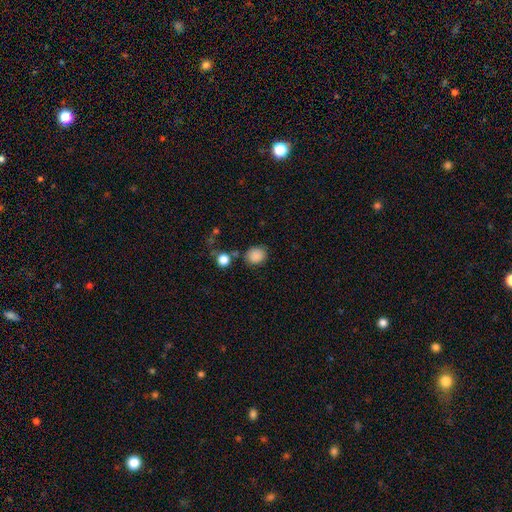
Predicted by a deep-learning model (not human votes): This is clearly a smooth galaxy (86%). How rounded: likely round (75%). Merging: likely none (77%).